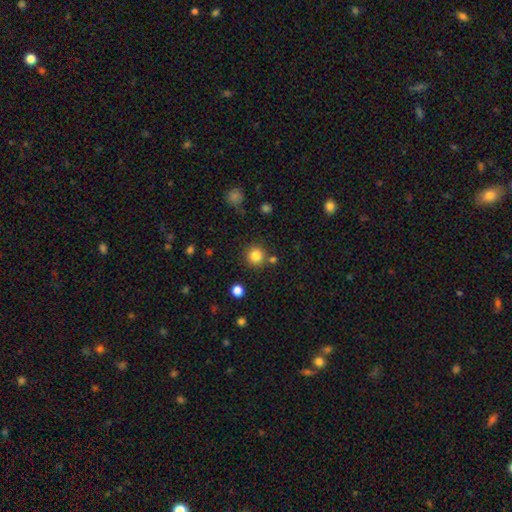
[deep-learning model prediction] Morphology: type=smooth (83%); roundness=round (94%); merging=none (82%).